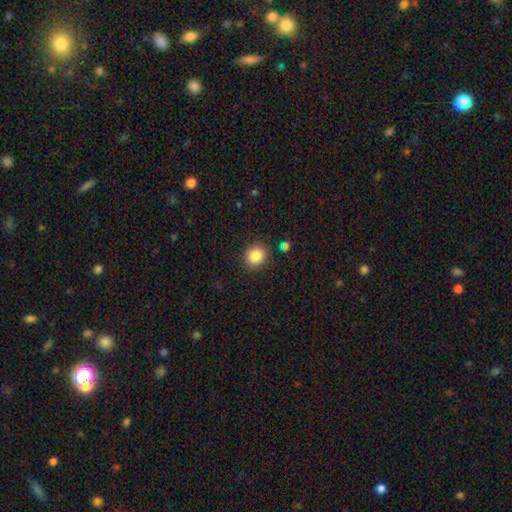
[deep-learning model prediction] smooth-or-featured: smooth: 85% | star or artifact: 10% | featured or disk: 5%
  how-rounded: round: 78% | in between: 21% | cigar-shaped: 1%
  merging: none: 89% | minor disturbance: 7% | major disturbance: 2% | merger: 2%